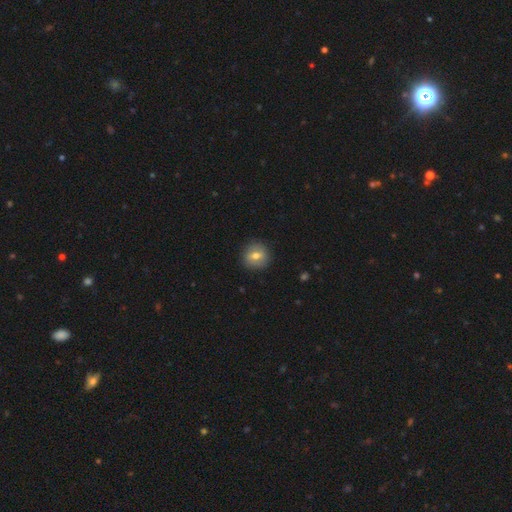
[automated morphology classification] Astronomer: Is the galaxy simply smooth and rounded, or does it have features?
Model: smooth — 60%.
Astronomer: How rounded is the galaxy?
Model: round — 85%.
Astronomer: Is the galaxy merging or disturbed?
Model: none — 88%.